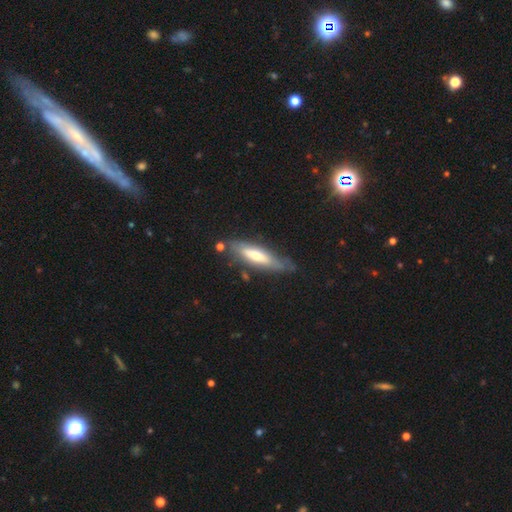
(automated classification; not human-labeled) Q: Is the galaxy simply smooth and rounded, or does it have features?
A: featured or disk — 52%.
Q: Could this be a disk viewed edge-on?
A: yes — 63%.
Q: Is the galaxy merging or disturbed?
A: none — 68%.